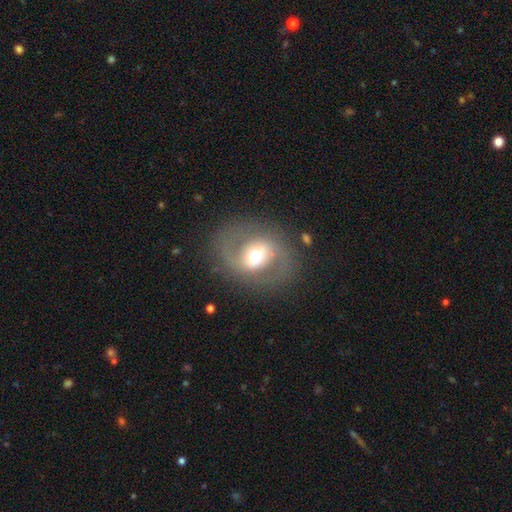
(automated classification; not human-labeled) The model was most divided on "spiral arms" (2-way tie): yes: 50%, no: 50%. Remaining: edge-on disk — no (95%); merging — none (79%); smooth or featured — featured or disk (63%); bulge size — moderate (63%); bar — weak (36%).